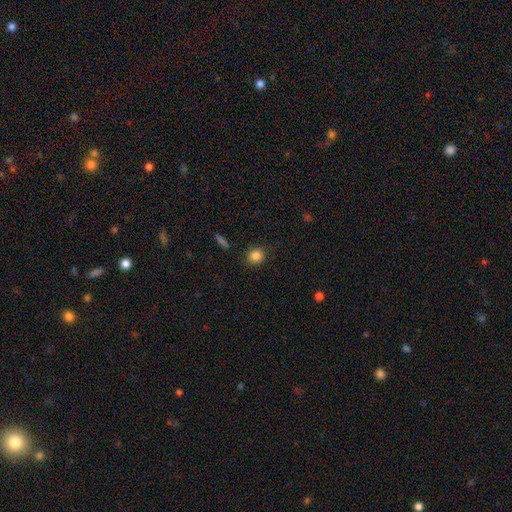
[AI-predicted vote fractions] Morphology: type=smooth (84%); roundness=round (79%); merging=none (86%).